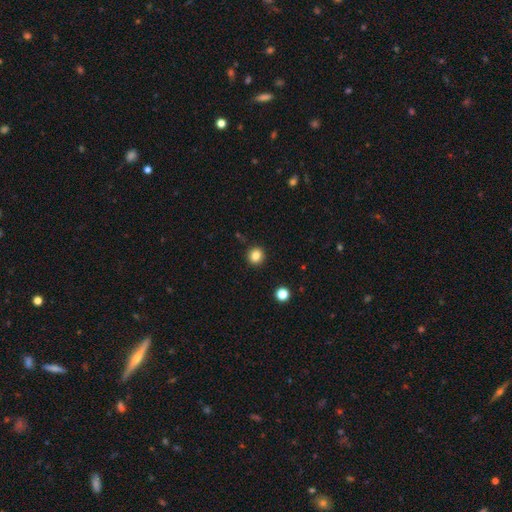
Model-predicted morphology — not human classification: Q: Smooth or featured?
A: smooth (83%); runner-up: star or artifact (12%)
Q: How rounded?
A: round (91%); runner-up: in between (8%)
Q: Merging?
A: none (91%); runner-up: minor disturbance (6%)